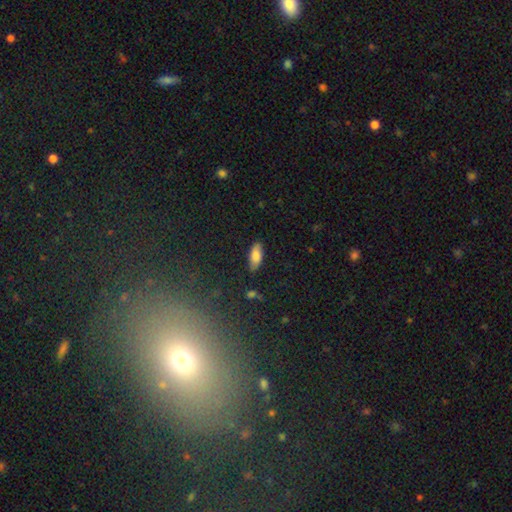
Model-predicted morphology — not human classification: smooth-or-featured: smooth: 82% | featured or disk: 12% | star or artifact: 7%
  how-rounded: in between: 82% | cigar-shaped: 16% | round: 2%
  merging: none: 85% | minor disturbance: 11% | major disturbance: 2% | merger: 1%